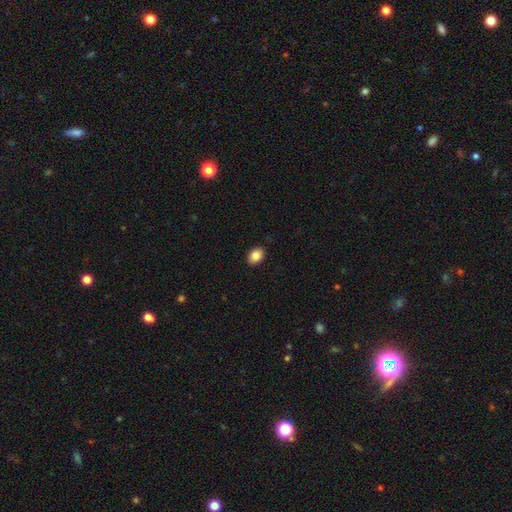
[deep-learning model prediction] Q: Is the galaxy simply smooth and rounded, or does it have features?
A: smooth — 85%.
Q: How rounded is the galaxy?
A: in between — 63%.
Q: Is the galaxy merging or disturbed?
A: none — 91%.